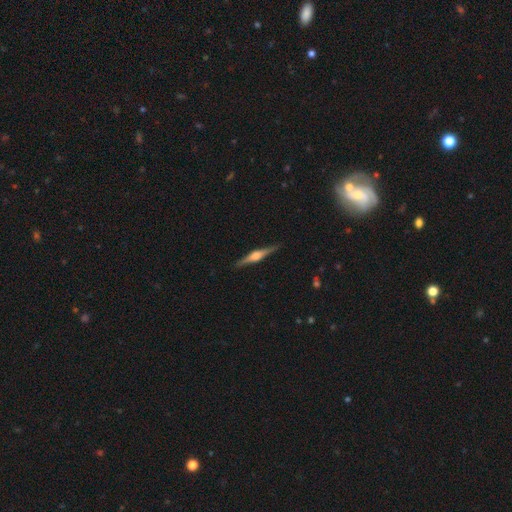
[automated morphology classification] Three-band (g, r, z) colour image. It shows a featured or disk galaxy (79%) viewed edge-on (98%) with a rounded central bulge (86%). Merging: none (90%).